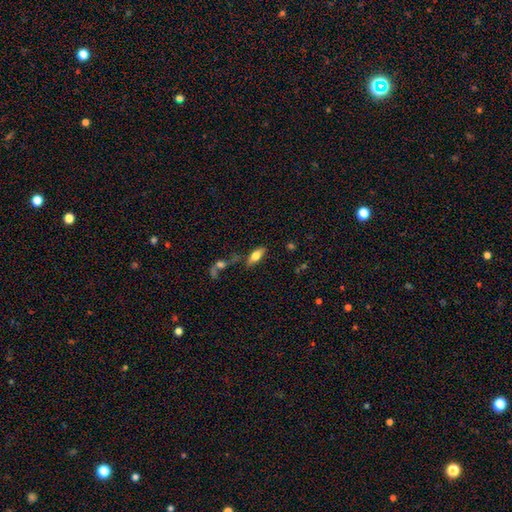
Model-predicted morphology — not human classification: Q: Smooth or featured?
A: smooth (65%); runner-up: featured or disk (28%)
Q: How rounded?
A: in between (74%); runner-up: cigar-shaped (22%)
Q: Merging?
A: none (67%); runner-up: minor disturbance (15%)